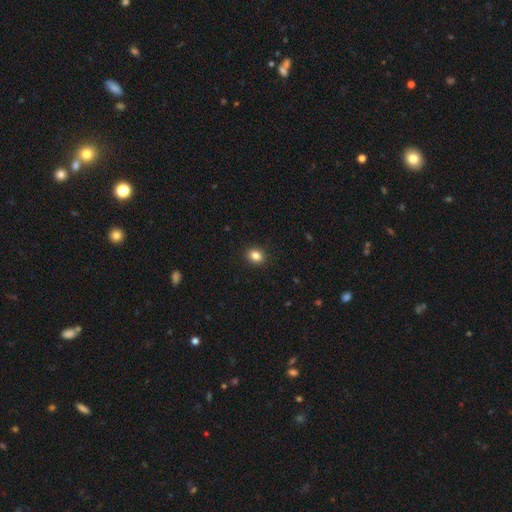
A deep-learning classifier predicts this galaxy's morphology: This appears to be a smooth galaxy with no disk features (85%) that is round (51%). Merging: none (91%).